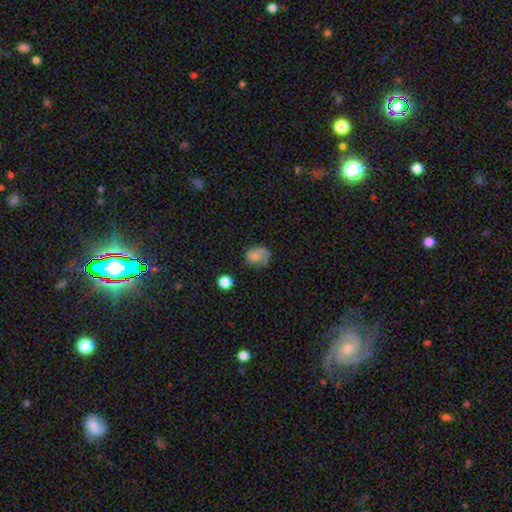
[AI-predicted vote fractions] This is likely a smooth galaxy (62%). How rounded: possibly round (57%). Merging: possibly none (46%).